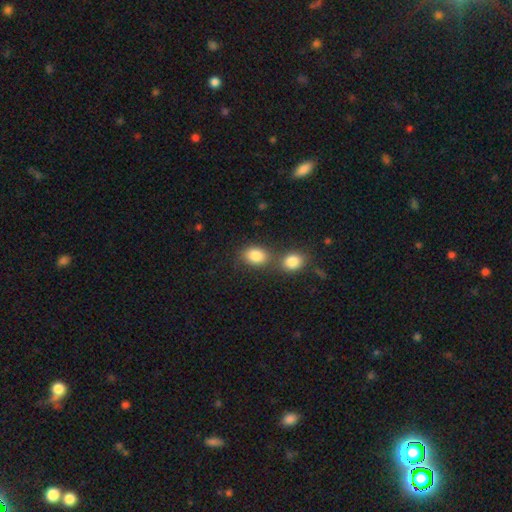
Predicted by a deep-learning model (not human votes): The model was most divided on "merging": none: 49%, merger: 36%, minor disturbance: 10%, major disturbance: 4%. More confident: smooth or featured — smooth (85%); how rounded — in between (60%).